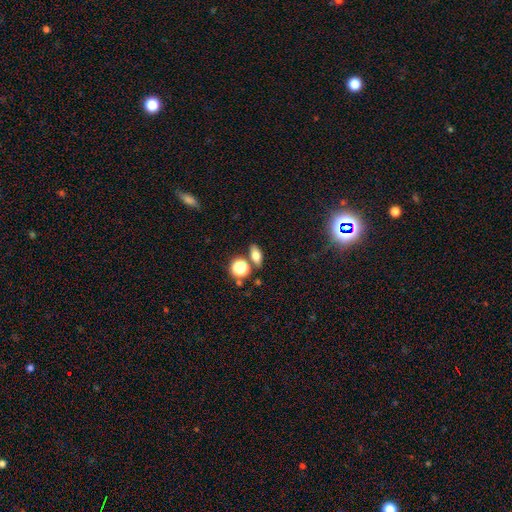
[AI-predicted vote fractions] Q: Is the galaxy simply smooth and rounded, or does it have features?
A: smooth — 71%.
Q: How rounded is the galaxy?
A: in between — 71%.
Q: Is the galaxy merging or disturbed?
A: none — 77%.